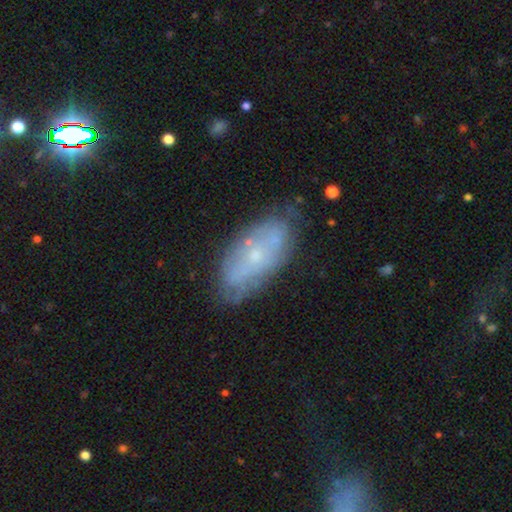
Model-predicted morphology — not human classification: A featured or disk galaxy (56%).

Vote fractions:
- Smooth or featured? featured or disk: 56% / smooth: 36% / star or artifact: 8%
- Edge-on disk? no: 88% / yes: 12%
- Merging? none: 65% / minor disturbance: 24% / major disturbance: 8% / merger: 4%